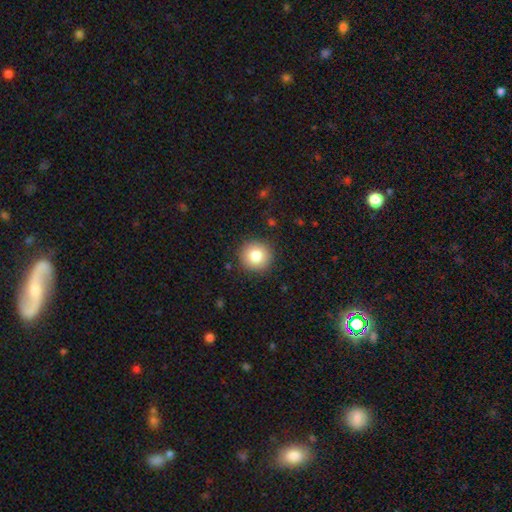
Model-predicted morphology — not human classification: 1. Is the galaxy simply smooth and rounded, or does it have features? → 83% smooth, 9% star or artifact, 8% featured or disk.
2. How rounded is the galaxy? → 95% round, 4% in between, 1% cigar-shaped.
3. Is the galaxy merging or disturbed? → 90% none, 6% minor disturbance, 2% major disturbance, 1% merger.